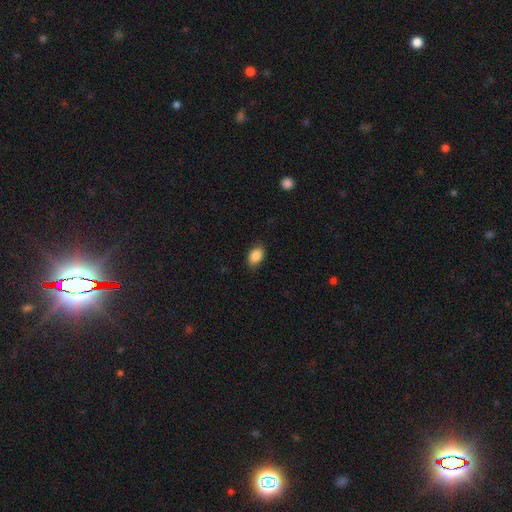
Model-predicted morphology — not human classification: Smooth or featured? Predicted: smooth (p=0.87). How rounded? Predicted: in between (p=0.87). Merging? Predicted: none (p=0.84).